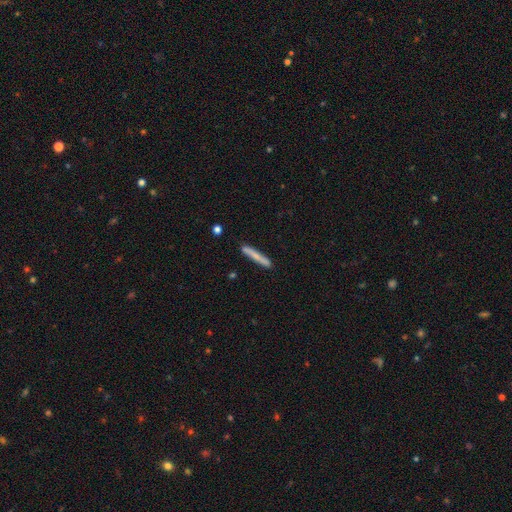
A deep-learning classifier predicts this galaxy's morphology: smooth_or_featured: smooth (p=0.71) [alt: featured or disk p=0.23]
how_rounded: cigar-shaped (p=0.95) [alt: in between p=0.03]
merging: none (p=0.86) [alt: minor disturbance p=0.10]